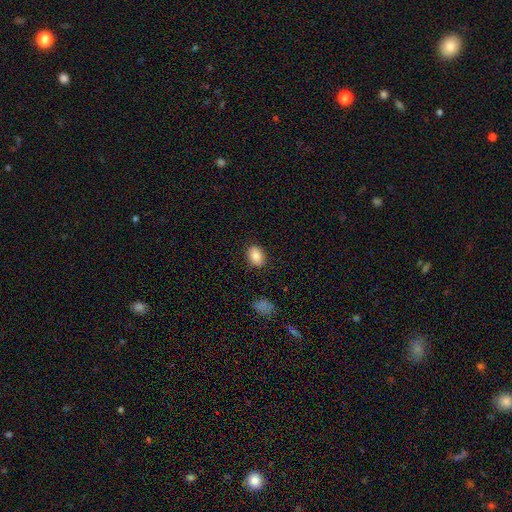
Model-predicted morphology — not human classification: A smooth galaxy with no disk features (86%) that is in between round and cigar-shaped (73%).

Vote fractions:
- Smooth or featured? smooth: 86% / star or artifact: 8% / featured or disk: 6%
- How rounded? in between: 73% / round: 26% / cigar-shaped: 1%
- Merging? none: 87% / minor disturbance: 9% / major disturbance: 2% / merger: 1%